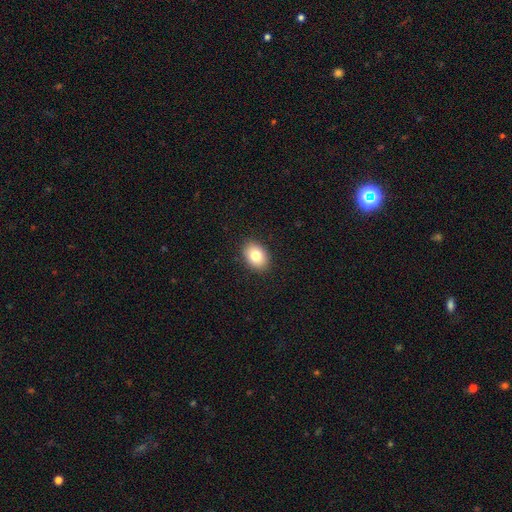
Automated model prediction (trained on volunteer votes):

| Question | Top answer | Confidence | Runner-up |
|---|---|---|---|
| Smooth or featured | smooth | 81% | featured or disk (11%) |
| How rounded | in between | 72% | round (27%) |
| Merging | none | 90% | minor disturbance (7%) |